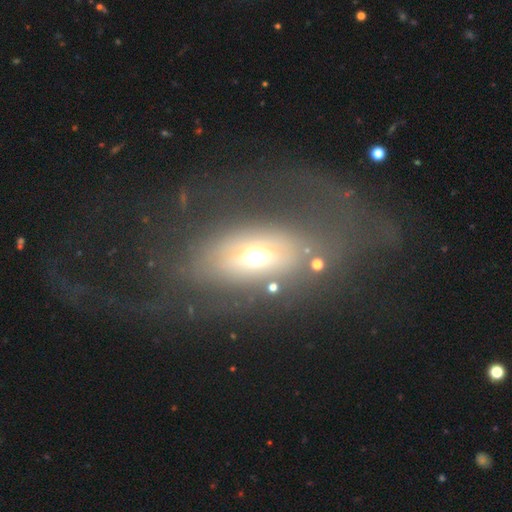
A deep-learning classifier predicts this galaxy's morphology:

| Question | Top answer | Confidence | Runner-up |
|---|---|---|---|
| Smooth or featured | smooth | 54% | featured or disk (27%) |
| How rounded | in between | 71% | round (22%) |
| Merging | none | 65% | minor disturbance (15%) |